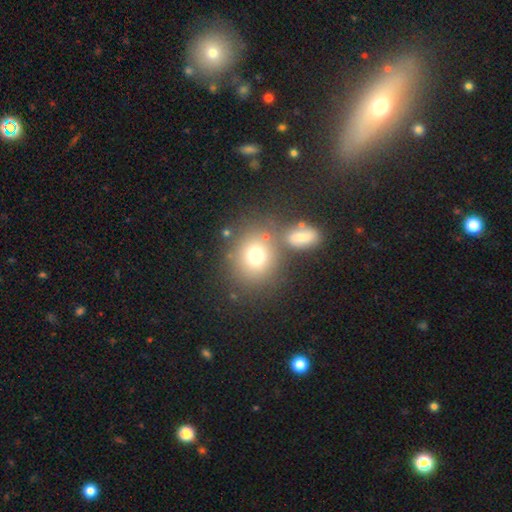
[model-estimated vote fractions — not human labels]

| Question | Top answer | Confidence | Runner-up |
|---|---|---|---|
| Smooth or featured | smooth | 74% | star or artifact (13%) |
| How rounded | round | 74% | in between (25%) |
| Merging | none | 65% | merger (19%) |